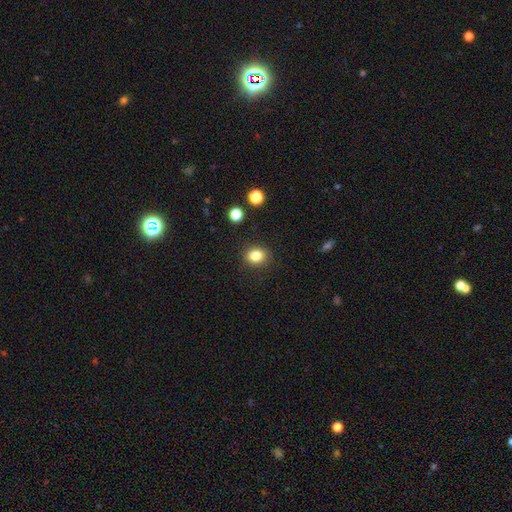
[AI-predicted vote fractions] Overall: smooth (83%). How rounded: round (60%; in between 39%). Merging: none (87%).